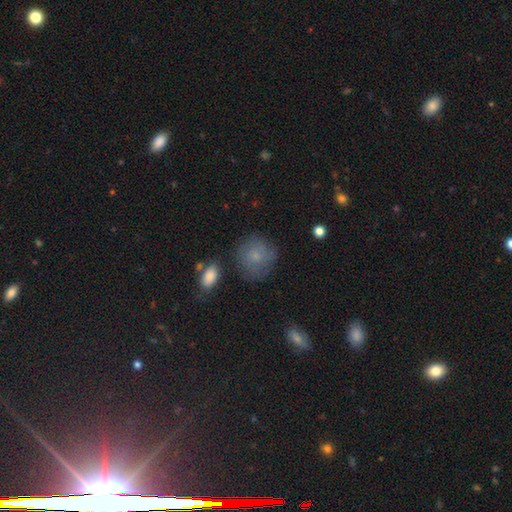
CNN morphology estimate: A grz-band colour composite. It shows a smooth galaxy with no disk features (71%) that is round (86%). Merging: none (70%).